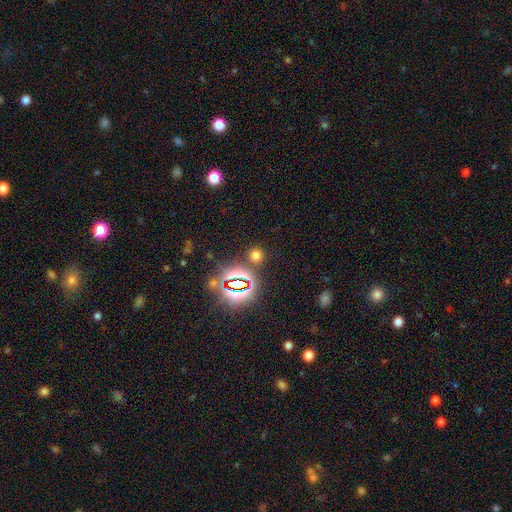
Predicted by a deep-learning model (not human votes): Overall: smooth (59%; star or artifact 35%). How rounded: round (87%). Merging: none (82%).